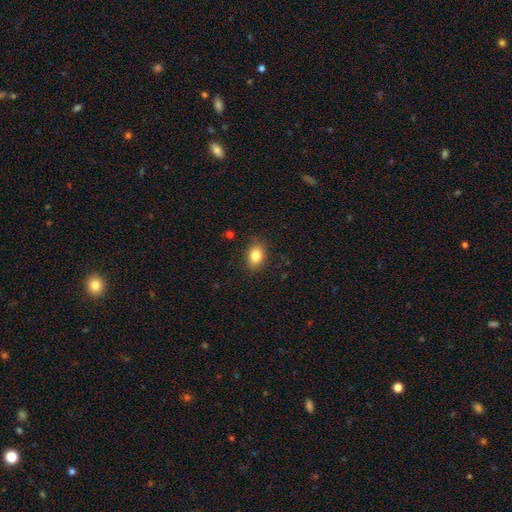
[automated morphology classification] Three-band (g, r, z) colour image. It shows a smooth galaxy with no disk features (83%) that is in between round and cigar-shaped (73%). Merging: none (85%).